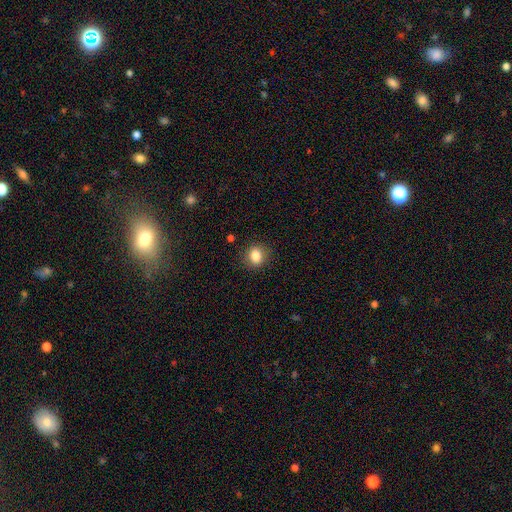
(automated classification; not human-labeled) smooth 84%, star or artifact 10%, featured or disk 6%. Down the decision tree: how rounded — round (63%); merging — none (86%).